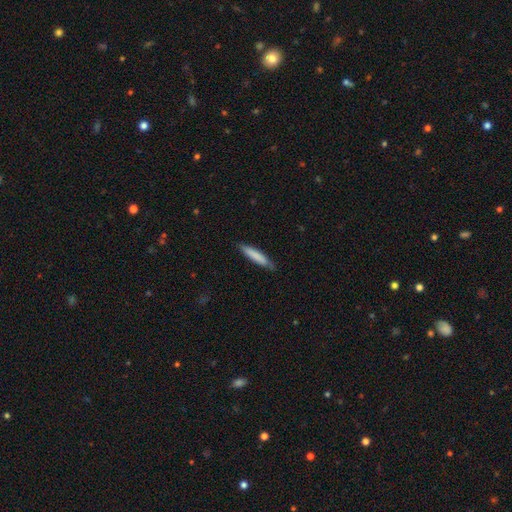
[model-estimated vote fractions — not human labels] The model was most divided on "smooth or featured": smooth: 80%, featured or disk: 15%, star or artifact: 5%. More confident: how rounded — cigar-shaped (88%); merging — none (82%).